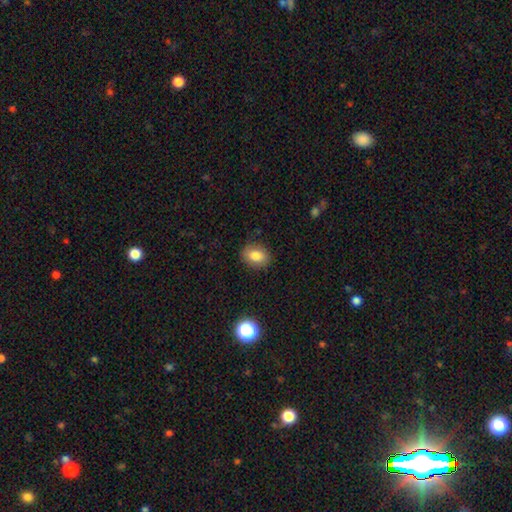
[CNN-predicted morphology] A smooth galaxy with no disk features (81%) that is in between round and cigar-shaped (68%).

Vote fractions:
- Smooth or featured? smooth: 81% / star or artifact: 10% / featured or disk: 9%
- How rounded? in between: 68% / round: 31% / cigar-shaped: 1%
- Merging? none: 86% / minor disturbance: 10% / major disturbance: 3% / merger: 1%